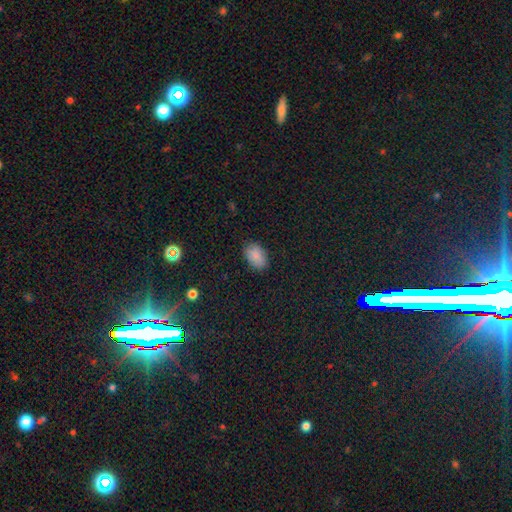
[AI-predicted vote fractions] Smooth or featured? smooth (87%)
How rounded? in between (89%)
Merging? none (85%)